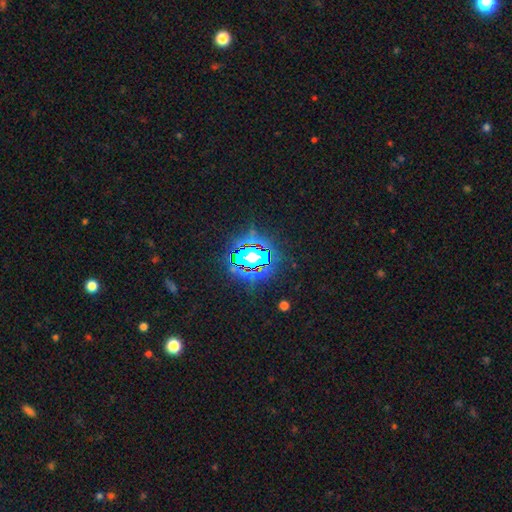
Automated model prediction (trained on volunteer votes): Q: Smooth or featured?
A: star or artifact (83%); runner-up: smooth (10%)